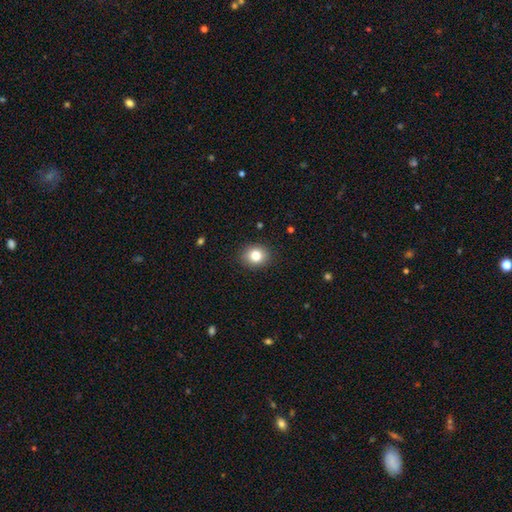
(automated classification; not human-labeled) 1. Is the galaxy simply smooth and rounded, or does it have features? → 82% smooth, 10% star or artifact, 8% featured or disk.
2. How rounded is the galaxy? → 67% round, 32% in between, 1% cigar-shaped.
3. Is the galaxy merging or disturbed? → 89% none, 8% minor disturbance, 2% major disturbance, 1% merger.